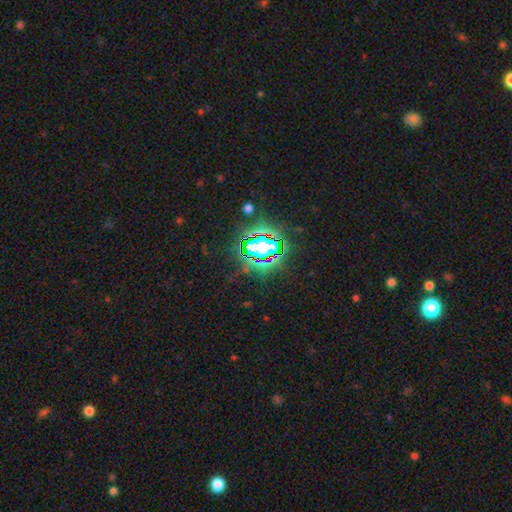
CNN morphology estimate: smooth_or_featured: star or artifact (p=0.81) [alt: smooth p=0.11]